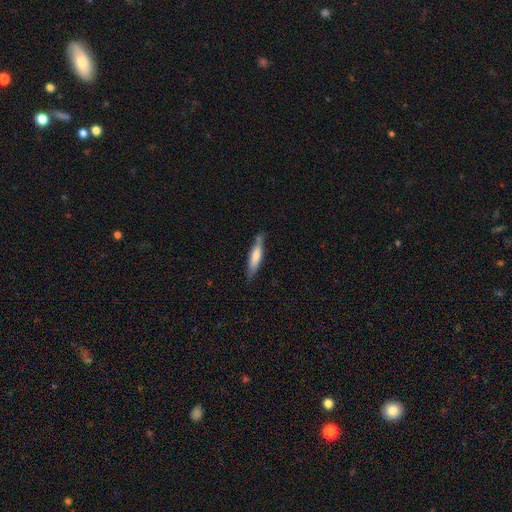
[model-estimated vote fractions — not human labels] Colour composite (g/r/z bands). It shows a smooth galaxy with no disk features (59%) that is cigar-shaped (84%). Merging: none (80%).